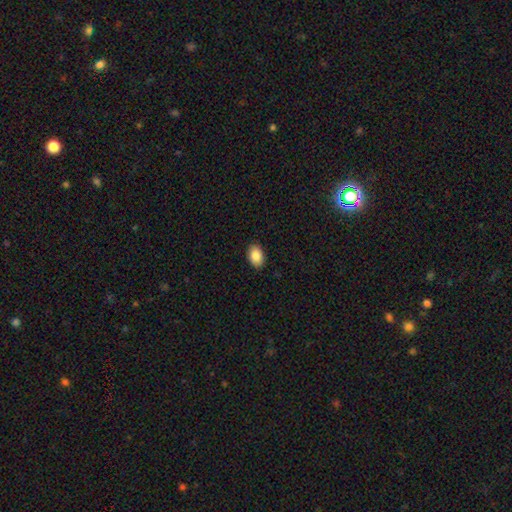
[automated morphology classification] This appears to be a smooth galaxy with no disk features (88%) that is in between round and cigar-shaped (88%). Merging: none (89%).